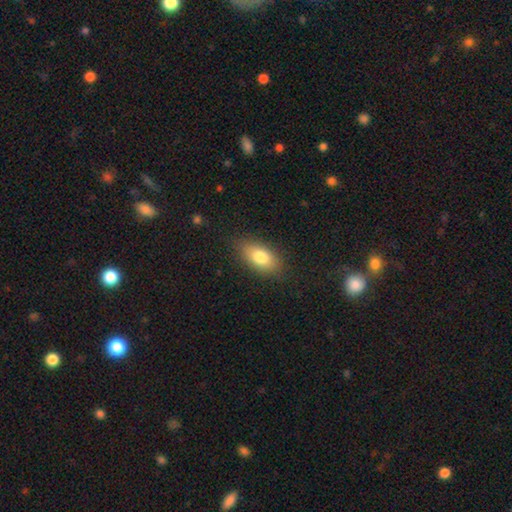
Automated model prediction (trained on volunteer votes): Smooth or featured: smooth — 78% (featured or disk — 13%)
How rounded: in between — 86% (round — 7%)
Merging: none — 85% (minor disturbance — 11%)